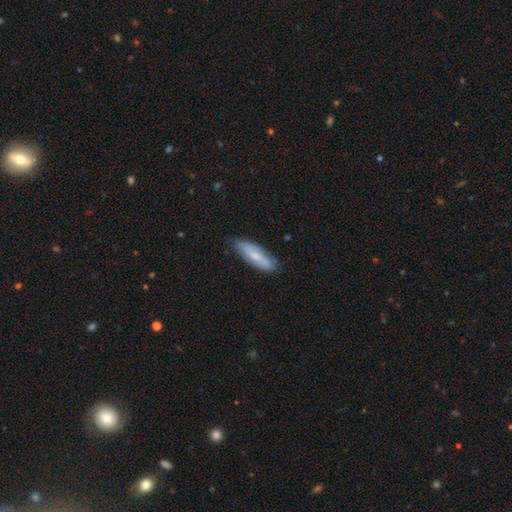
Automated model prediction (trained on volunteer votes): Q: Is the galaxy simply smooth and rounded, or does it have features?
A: smooth — 63%.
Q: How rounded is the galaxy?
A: cigar-shaped — 55%.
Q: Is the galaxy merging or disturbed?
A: none — 80%.